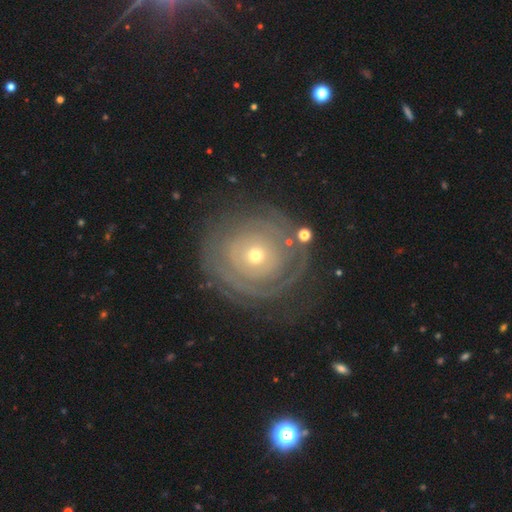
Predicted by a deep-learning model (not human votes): Smooth or featured?
  - featured or disk: 74% *
  - smooth: 19%
  - star or artifact: 7%
Edge-on disk?
  - no: 96% *
  - yes: 4%
Bar?
  - no: 88% *
  - weak: 9%
  - strong: 3%
Spiral arms?
  - yes: 70% *
  - no: 30%
Bulge size?
  - small: 62% *
  - moderate: 33%
  - large: 2%
  - dominant: 1%
  - none: 1%
Merging?
  - none: 71% *
  - minor disturbance: 15%
  - major disturbance: 11%
  - merger: 3%